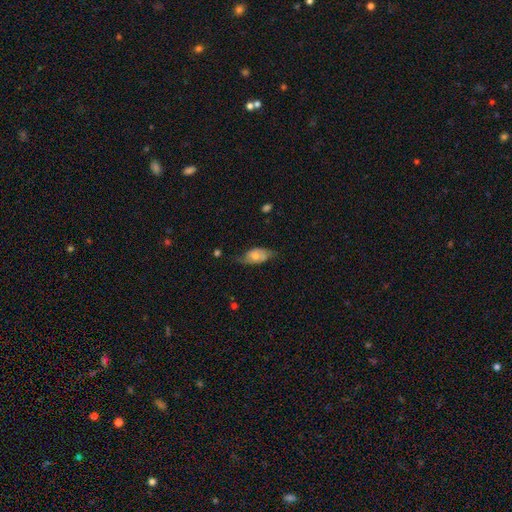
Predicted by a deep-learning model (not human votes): A smooth galaxy with no disk features (47%). Merging: none (54%).